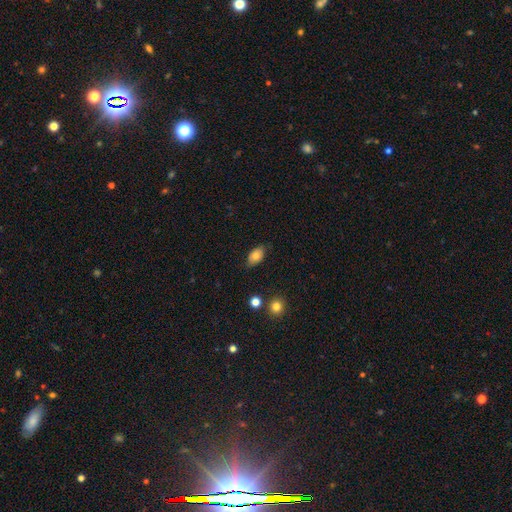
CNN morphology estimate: The model was most divided on "merging": none: 79%, minor disturbance: 17%, major disturbance: 3%, merger: 2%. More confident: how rounded — in between (90%); smooth or featured — smooth (78%).